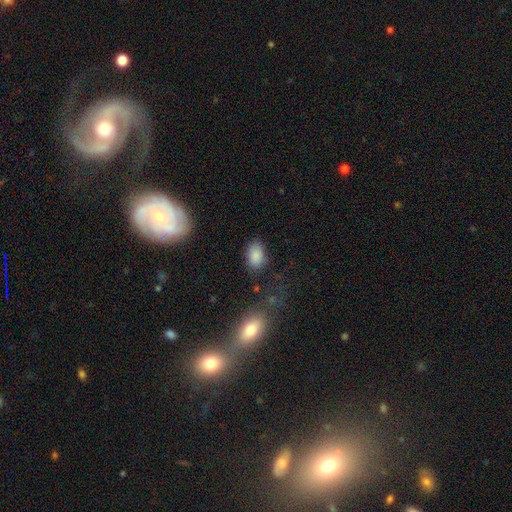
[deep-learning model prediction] The model was most divided on "merging": none: 76%, minor disturbance: 16%, major disturbance: 5%, merger: 3%. More confident: how rounded — in between (87%); smooth or featured — smooth (86%).